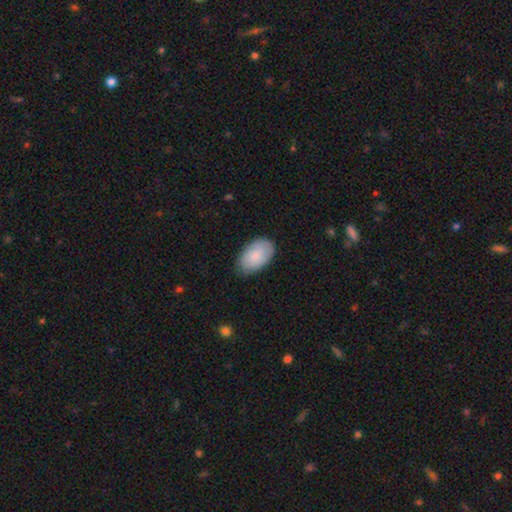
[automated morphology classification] smooth_or_featured: smooth (p=0.84) [alt: featured or disk p=0.11]
how_rounded: in between (p=0.94) [alt: round p=0.05]
merging: none (p=0.79) [alt: minor disturbance p=0.17]